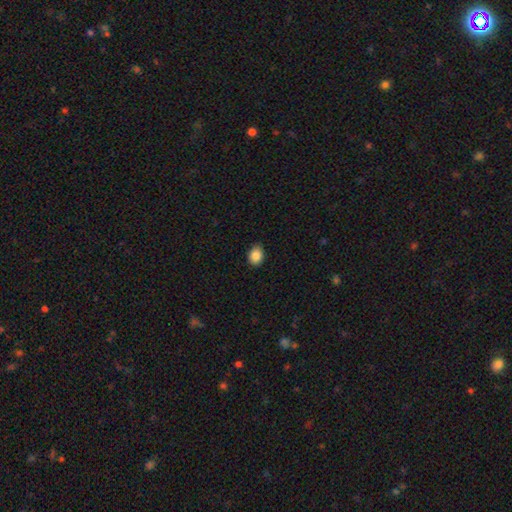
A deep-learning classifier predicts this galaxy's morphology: smooth 87%, star or artifact 9%, featured or disk 5%. Down the decision tree: how rounded — in between (62%); merging — none (84%).